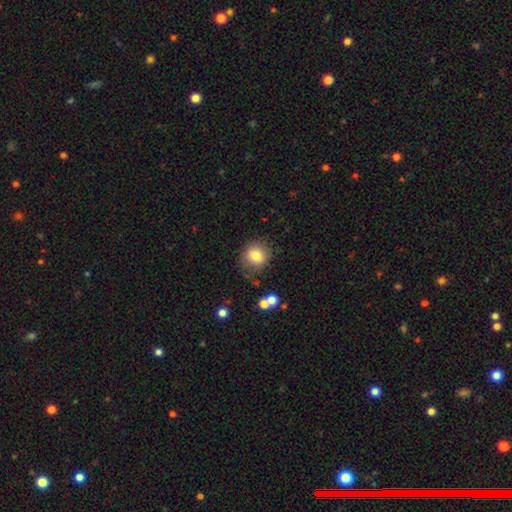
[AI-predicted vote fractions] This is likely a smooth galaxy (78%). How rounded: clearly round (82%). Merging: likely none (74%).